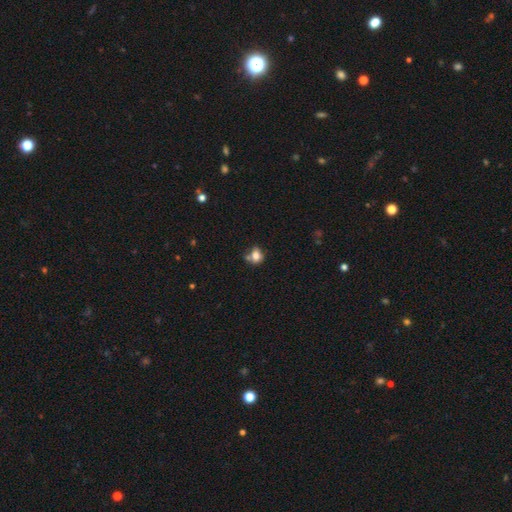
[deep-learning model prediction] Smooth or featured: smooth — 77% (featured or disk — 12%)
How rounded: round — 58% (in between — 40%)
Merging: none — 48% (merger — 27%)